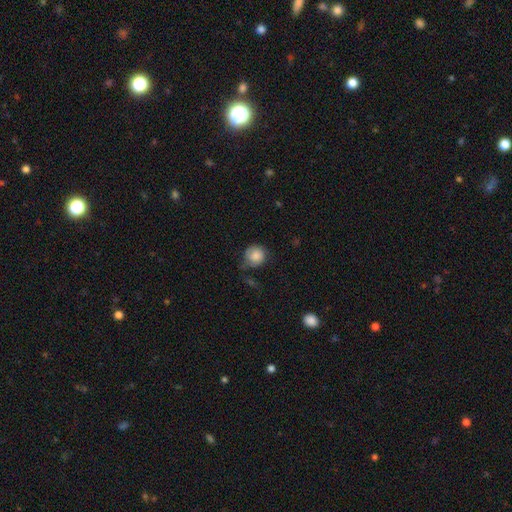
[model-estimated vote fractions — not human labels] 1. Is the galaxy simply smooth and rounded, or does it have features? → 75% smooth, 17% featured or disk, 8% star or artifact.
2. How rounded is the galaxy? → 84% round, 15% in between, 1% cigar-shaped.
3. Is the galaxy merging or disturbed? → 52% none, 30% minor disturbance, 15% major disturbance, 3% merger.